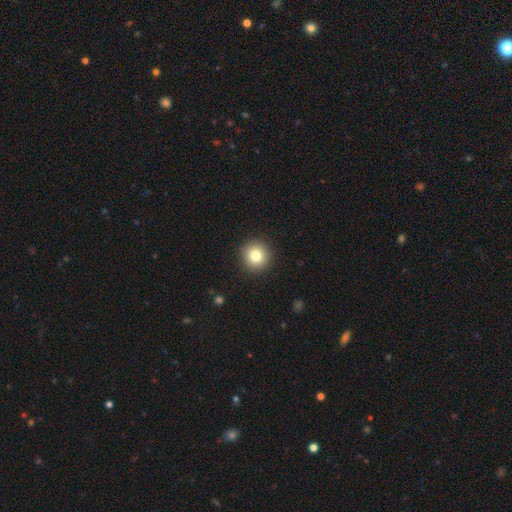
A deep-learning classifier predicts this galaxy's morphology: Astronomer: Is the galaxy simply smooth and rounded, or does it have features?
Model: smooth — 81%.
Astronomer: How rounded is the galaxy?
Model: round — 95%.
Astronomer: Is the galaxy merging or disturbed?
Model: none — 92%.